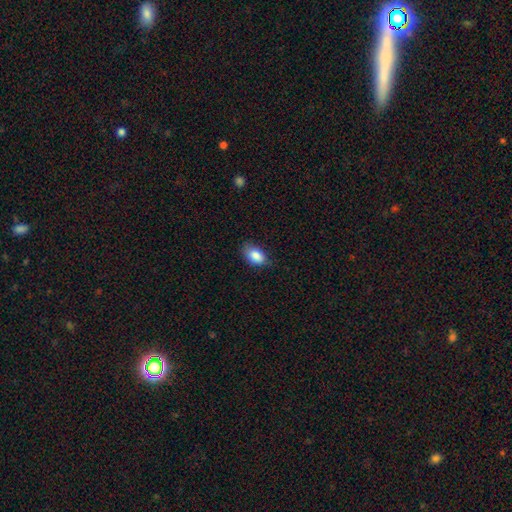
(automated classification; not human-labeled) Q: Smooth or featured?
A: smooth (87%); runner-up: star or artifact (7%)
Q: How rounded?
A: in between (88%); runner-up: round (10%)
Q: Merging?
A: none (72%); runner-up: minor disturbance (22%)